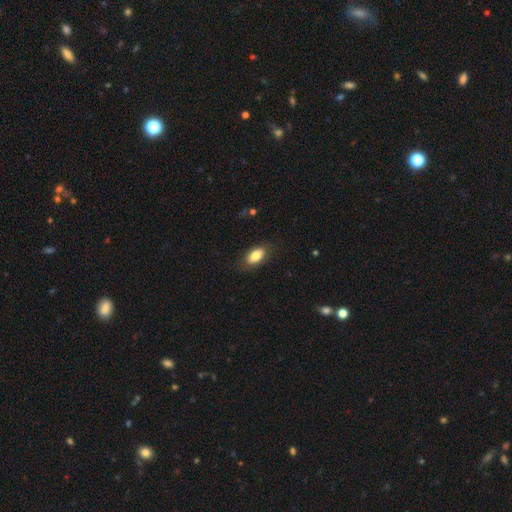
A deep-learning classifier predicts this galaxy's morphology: Smooth or featured: smooth — 83% (featured or disk — 10%)
How rounded: in between — 90% (round — 5%)
Merging: none — 82% (minor disturbance — 13%)